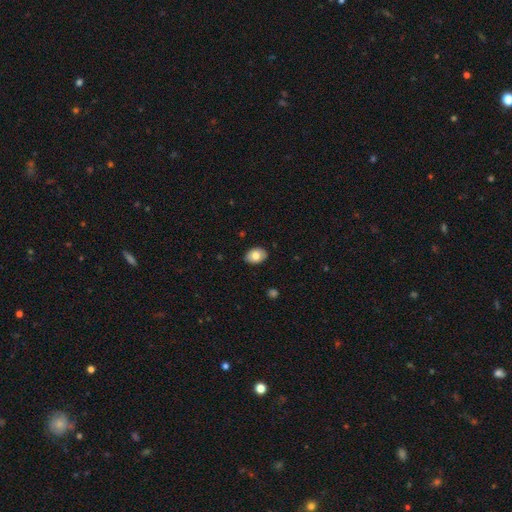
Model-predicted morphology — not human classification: This is likely a smooth galaxy (77%). How rounded: clearly in between (81%). Merging: clearly none (87%).